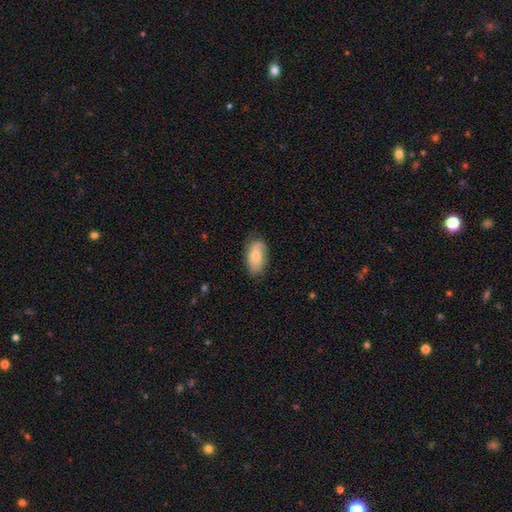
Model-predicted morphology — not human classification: Smooth or featured? smooth (62%)
How rounded? in between (93%)
Merging? none (68%)